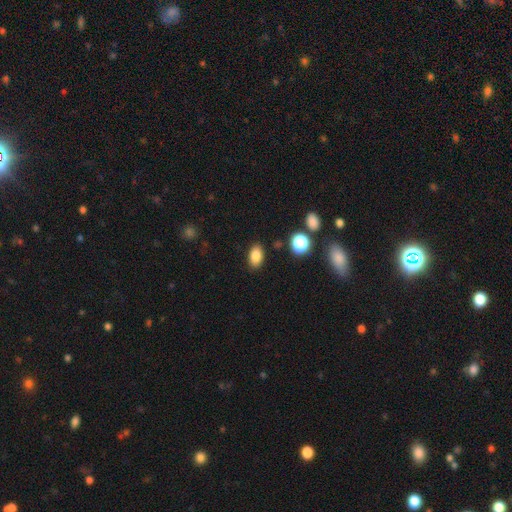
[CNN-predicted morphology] The model was most divided on "smooth or featured": smooth: 84%, star or artifact: 11%, featured or disk: 6%. More confident: how rounded — in between (88%); merging — none (86%).